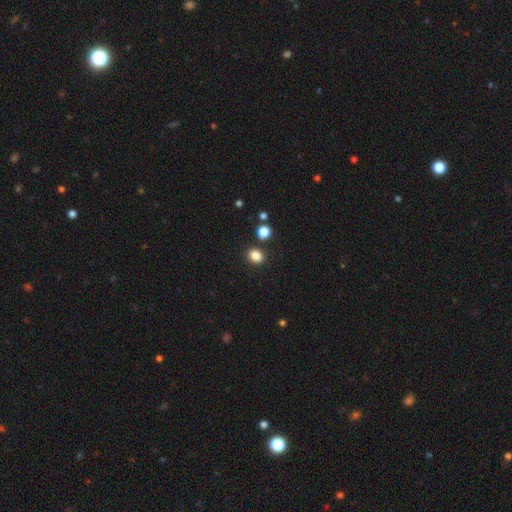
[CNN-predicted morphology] smooth 84%, star or artifact 12%, featured or disk 4%. Down the decision tree: how rounded — round (55%); merging — none (83%).